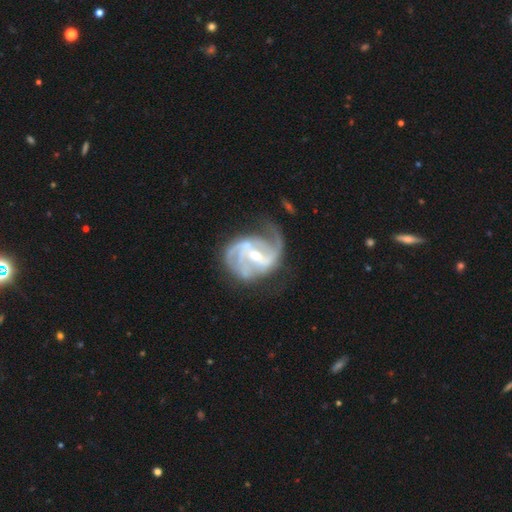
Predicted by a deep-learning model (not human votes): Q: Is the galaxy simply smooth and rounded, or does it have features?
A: featured or disk — 90%.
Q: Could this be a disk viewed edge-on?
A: no — 98%.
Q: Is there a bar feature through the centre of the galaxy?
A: weak — 42%, tied with strong.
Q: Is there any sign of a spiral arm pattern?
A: yes — 96%.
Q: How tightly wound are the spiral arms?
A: medium — 47%.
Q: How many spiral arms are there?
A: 2 — 44%.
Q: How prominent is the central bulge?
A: small — 52%.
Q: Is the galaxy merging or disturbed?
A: none — 50%.